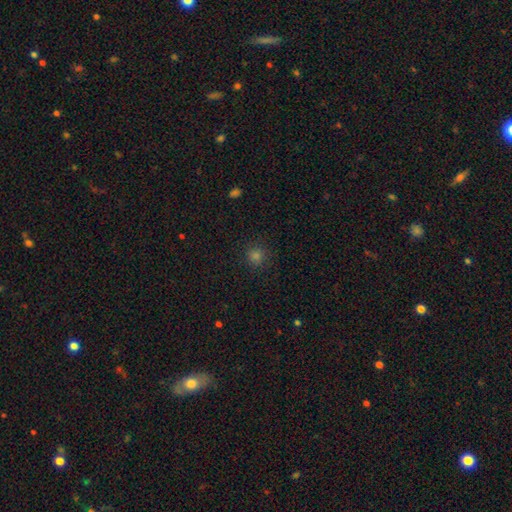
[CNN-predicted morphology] smooth 74%, star or artifact 22%, featured or disk 4%. Down the decision tree: how rounded — round (91%); merging — none (88%).